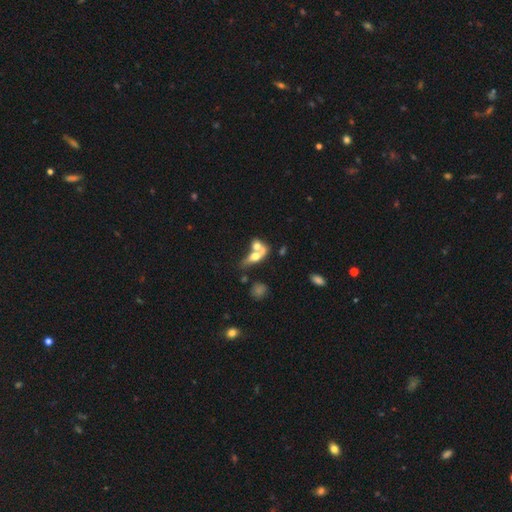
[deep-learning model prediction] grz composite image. It shows a smooth galaxy with no disk features (55%) that is in between round and cigar-shaped (65%). Merging: merger (64%).